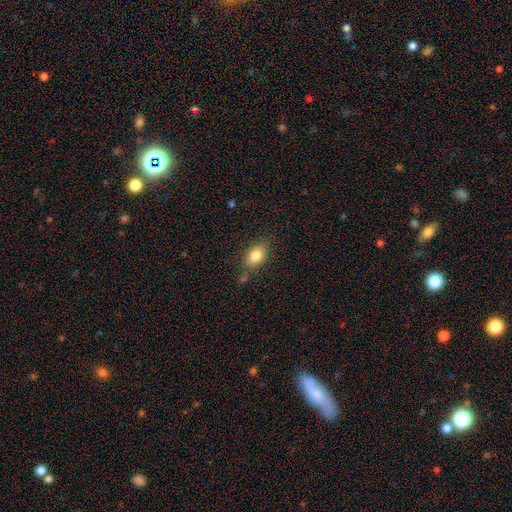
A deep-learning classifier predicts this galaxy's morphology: Smooth or featured: smooth — 82% (featured or disk — 9%)
How rounded: in between — 84% (round — 14%)
Merging: none — 72% (minor disturbance — 16%)